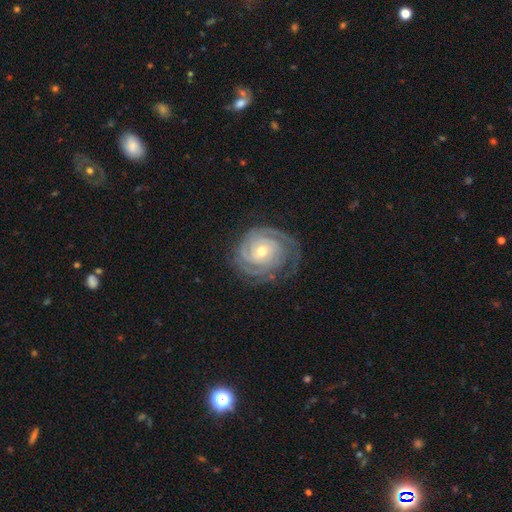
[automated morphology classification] The model was most divided on "spiral arm count": 3: 28%, 2: 24%, can't tell: 22%, 4: 13%, more than 4: 7%, 1: 6%. More confident: spiral arms — yes (98%); edge-on disk — no (98%); smooth or featured — featured or disk (90%); spiral winding — tight (83%); merging — none (75%); bar — no (69%); bulge size — moderate (53%).